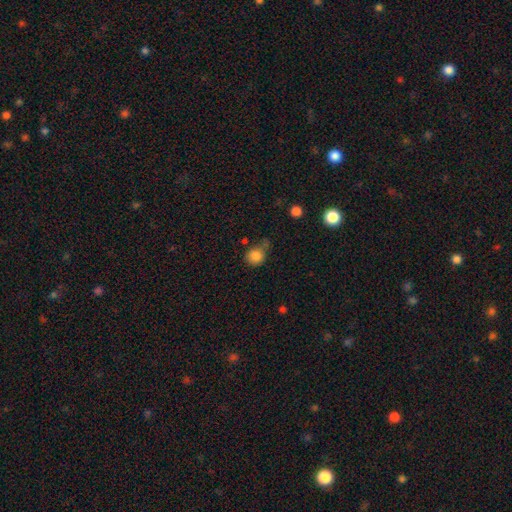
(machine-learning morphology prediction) This is clearly a smooth galaxy (84%). How rounded: likely round (73%). Merging: possibly none (54%).